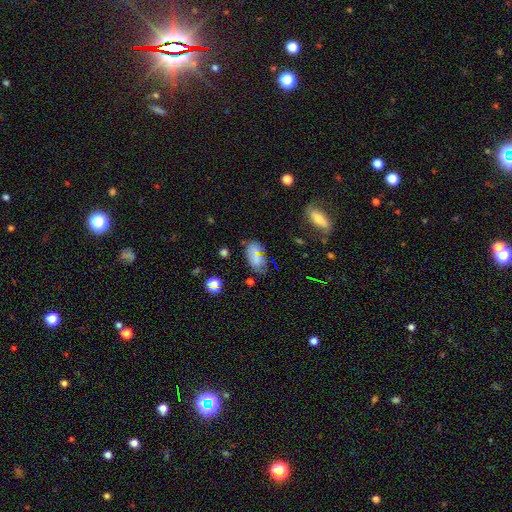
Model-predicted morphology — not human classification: The model was most divided on "merging": none: 62%, minor disturbance: 22%, major disturbance: 8%, merger: 8%. More confident: how rounded — in between (89%); smooth or featured — smooth (66%).